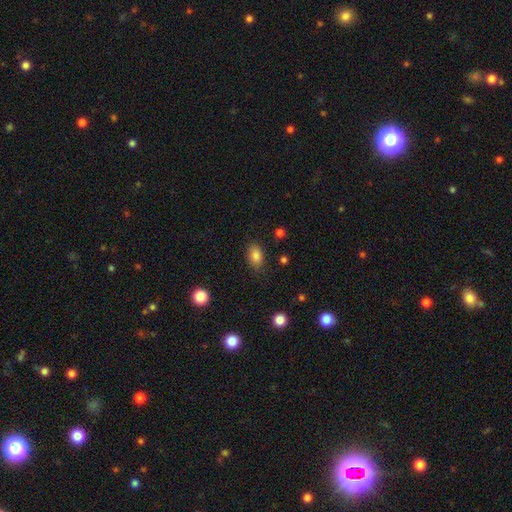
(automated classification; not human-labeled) Smooth or featured? Predicted: smooth (p=0.84). How rounded? Predicted: in between (p=0.86). Merging? Predicted: none (p=0.82).